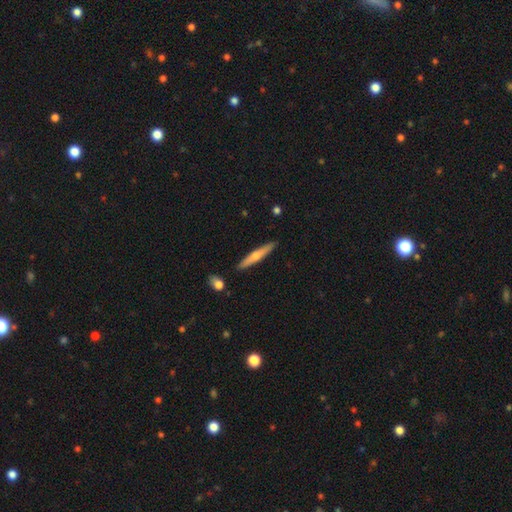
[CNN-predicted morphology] This appears to be a smooth galaxy with no disk features (48%). Merging: none (90%).